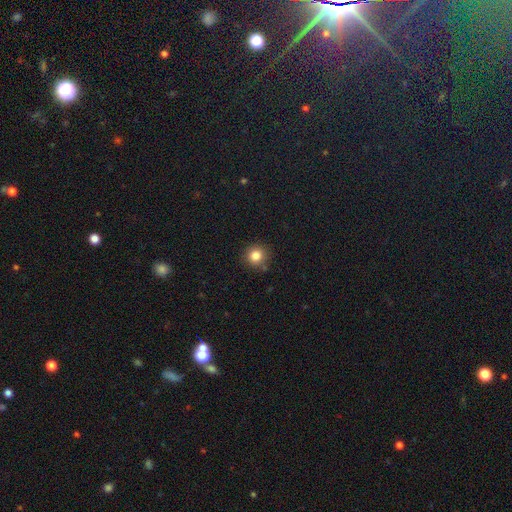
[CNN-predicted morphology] type=smooth (83%); roundness=round (92%); merging=none (86%).